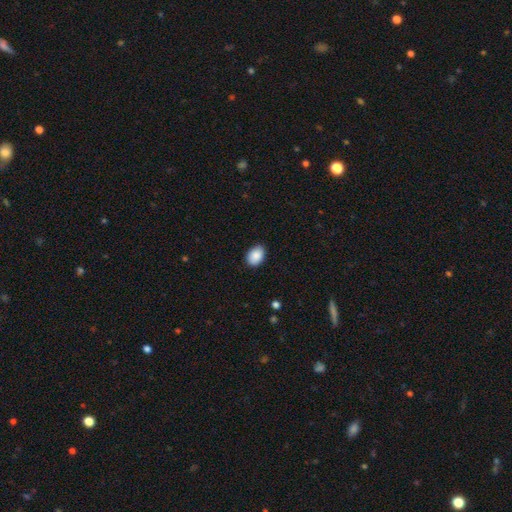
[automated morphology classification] Overall: smooth (89%). How rounded: in between (81%). Merging: none (87%).